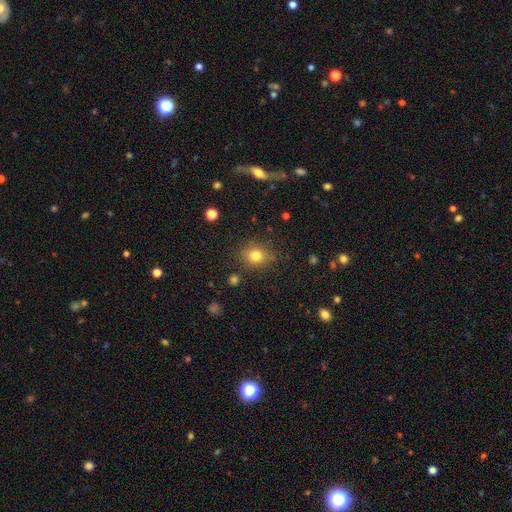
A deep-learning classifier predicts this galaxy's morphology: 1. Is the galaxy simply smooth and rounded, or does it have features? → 78% smooth, 13% star or artifact, 8% featured or disk.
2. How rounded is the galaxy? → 64% round, 34% in between, 1% cigar-shaped.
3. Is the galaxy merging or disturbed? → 83% none, 11% minor disturbance, 4% major disturbance, 2% merger.